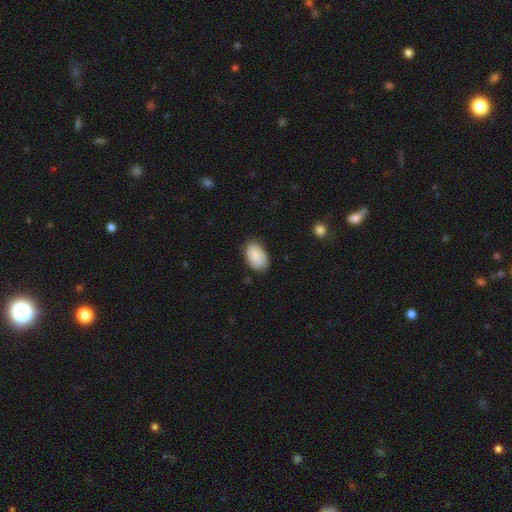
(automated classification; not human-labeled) Smooth or featured: smooth — 88% (star or artifact — 6%)
How rounded: in between — 93% (round — 6%)
Merging: none — 80% (minor disturbance — 16%)